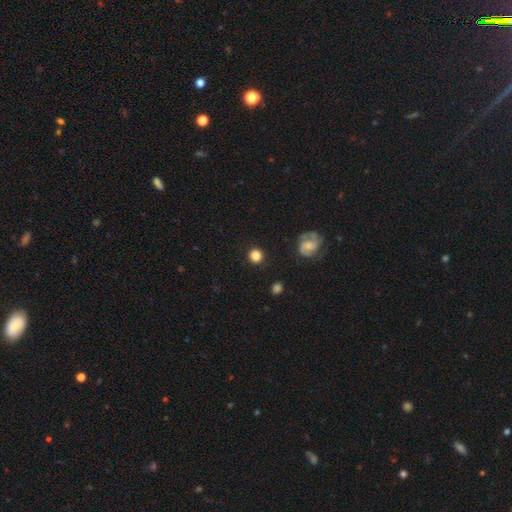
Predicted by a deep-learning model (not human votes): Morphology: type=smooth (80%); roundness=round (91%); merging=none (89%).